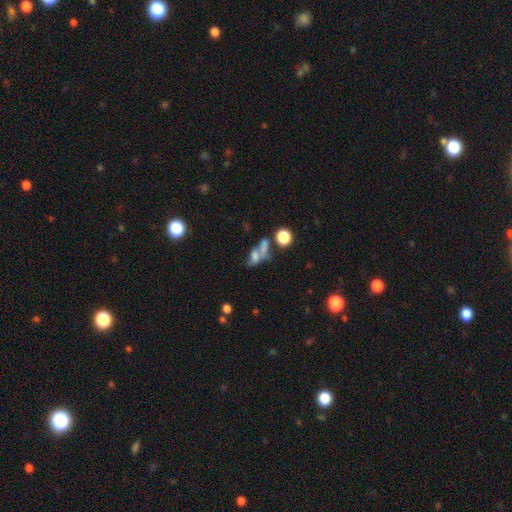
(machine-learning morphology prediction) Smooth or featured?
  - smooth: 60% *
  - featured or disk: 23%
  - star or artifact: 17%
How rounded?
  - in between: 68% *
  - round: 20%
  - cigar-shaped: 12%
Merging?
  - merger: 49% *
  - none: 27%
  - major disturbance: 13%
  - minor disturbance: 11%